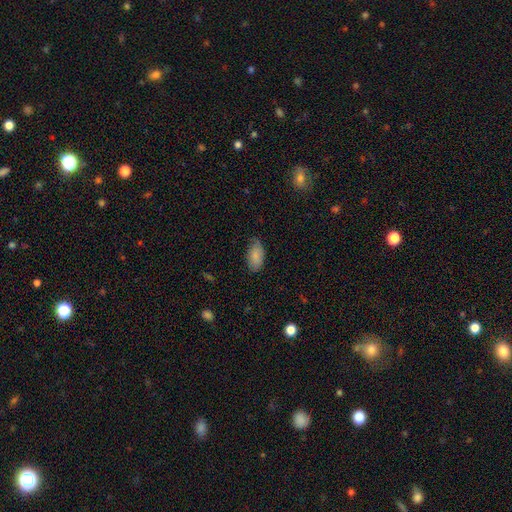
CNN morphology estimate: Smooth or featured?
  - smooth: 81% *
  - featured or disk: 12%
  - star or artifact: 7%
How rounded?
  - in between: 94% *
  - round: 3%
  - cigar-shaped: 3%
Merging?
  - none: 64% *
  - minor disturbance: 29%
  - major disturbance: 6%
  - merger: 1%